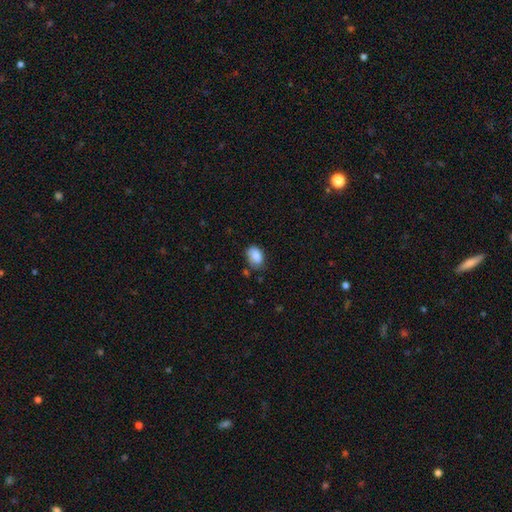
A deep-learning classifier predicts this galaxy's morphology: Smooth or featured? Predicted: smooth (p=0.87). How rounded? Predicted: in between (p=0.84). Merging? Predicted: none (p=0.65).